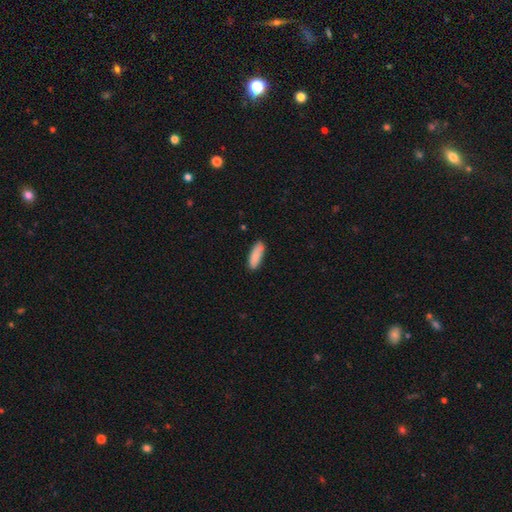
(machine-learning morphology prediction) A smooth galaxy with no disk features (87%) that is in between round and cigar-shaped (59%). Merging: none (86%).